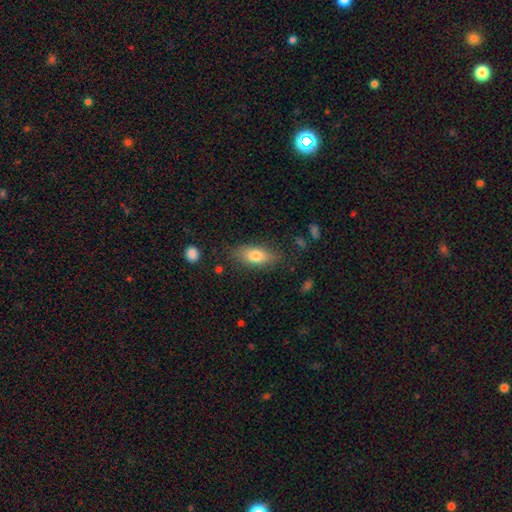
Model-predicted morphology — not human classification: A smooth galaxy with no disk features (77%) that is in between round and cigar-shaped (83%).

Vote fractions:
- Smooth or featured? smooth: 77% / featured or disk: 15% / star or artifact: 7%
- How rounded? in between: 83% / cigar-shaped: 12% / round: 5%
- Merging? none: 79% / minor disturbance: 15% / major disturbance: 4% / merger: 2%